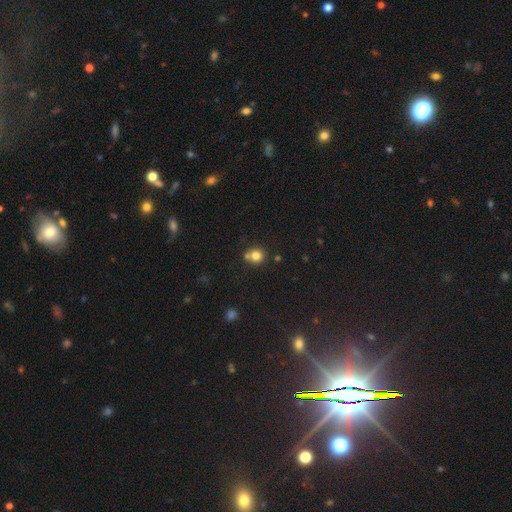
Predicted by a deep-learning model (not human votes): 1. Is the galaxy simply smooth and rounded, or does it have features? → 79% smooth, 12% star or artifact, 9% featured or disk.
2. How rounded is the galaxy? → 86% round, 13% in between, 1% cigar-shaped.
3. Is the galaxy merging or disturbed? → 61% none, 25% merger, 11% minor disturbance, 3% major disturbance.